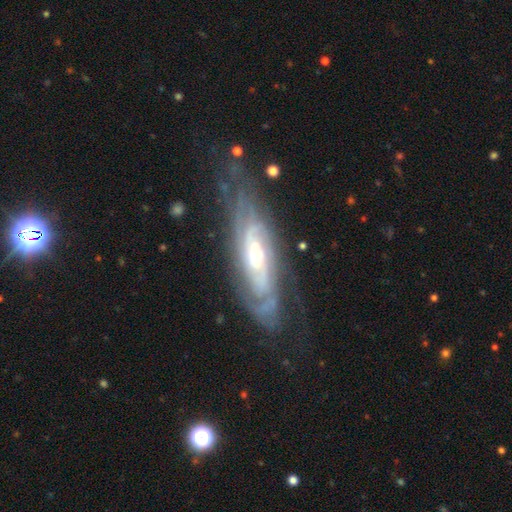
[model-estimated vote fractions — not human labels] A featured or disk galaxy (86%) with no bar (48%), tight (65%) spiral arms (95%) and a moderate central bulge (55%). Merging: none (68%).